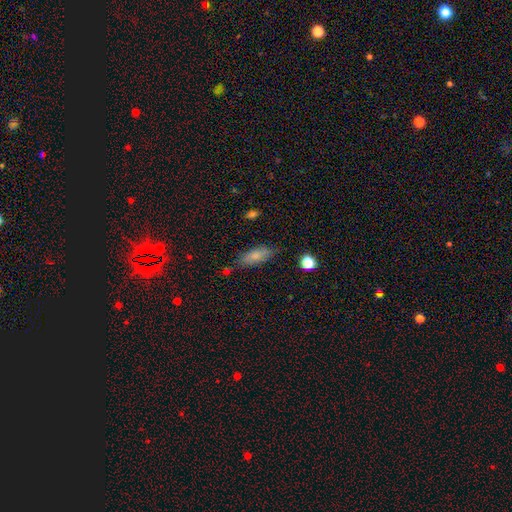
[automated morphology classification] Overall: smooth (77%). How rounded: in between (73%). Merging: none (73%).